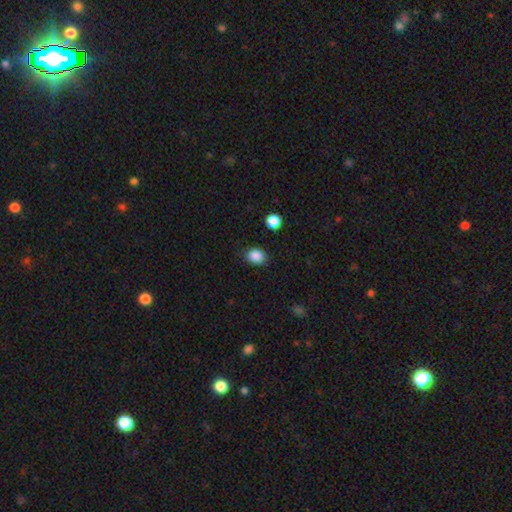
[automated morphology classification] The model was most divided on "how rounded": in between: 54%, round: 45%, cigar-shaped: 1%. More confident: smooth or featured — smooth (87%); merging — none (82%).